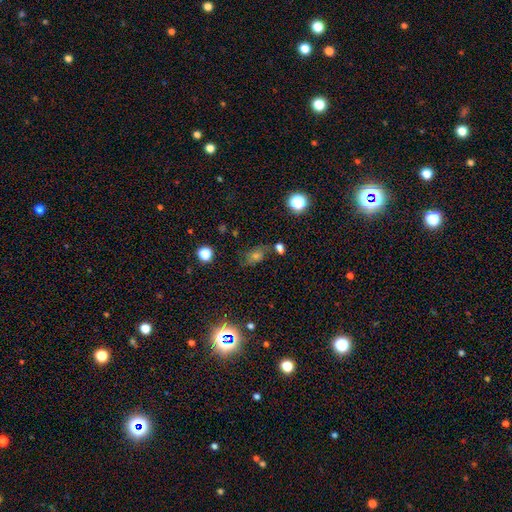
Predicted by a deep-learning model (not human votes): Smooth or featured?
  - smooth: 49% *
  - star or artifact: 34%
  - featured or disk: 16%
Merging?
  - none: 67% *
  - minor disturbance: 18%
  - merger: 8%
  - major disturbance: 7%